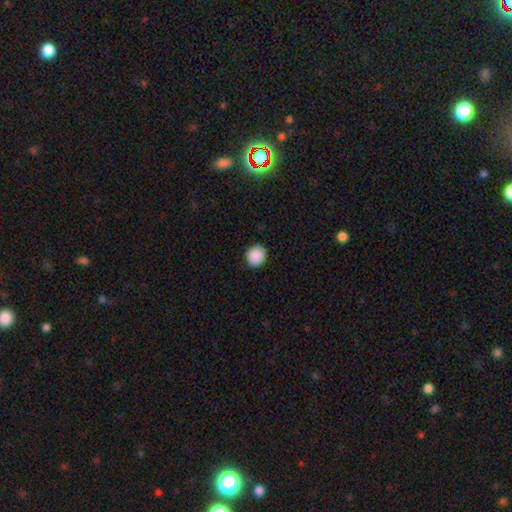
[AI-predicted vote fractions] A smooth galaxy with no disk features (90%) that is round (87%). Merging: none (90%).